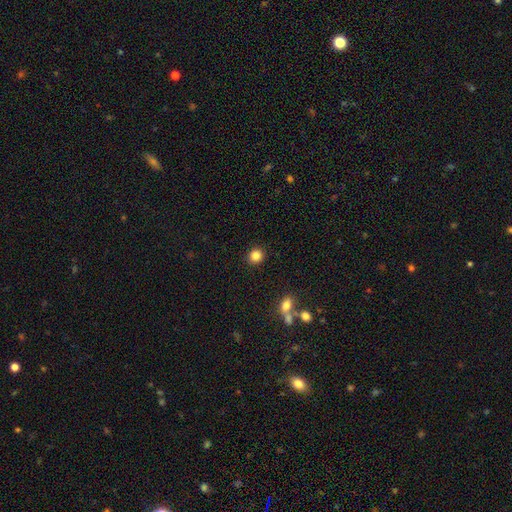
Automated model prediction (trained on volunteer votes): Smooth or featured? smooth (84%)
How rounded? round (87%)
Merging? none (91%)